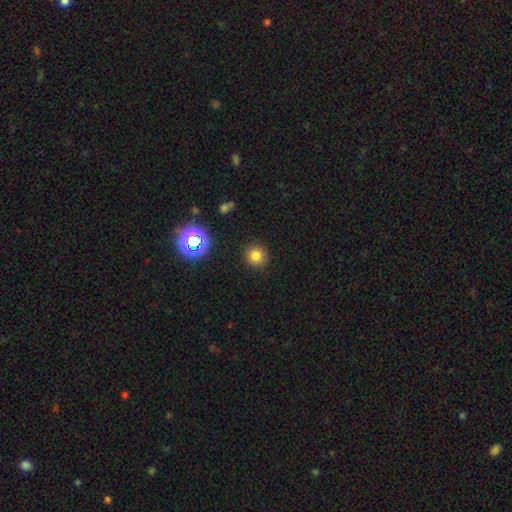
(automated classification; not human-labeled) smooth-or-featured: smooth: 78% | star or artifact: 17% | featured or disk: 6%
  how-rounded: round: 90% | in between: 9% | cigar-shaped: 1%
  merging: none: 89% | minor disturbance: 7% | major disturbance: 2% | merger: 1%